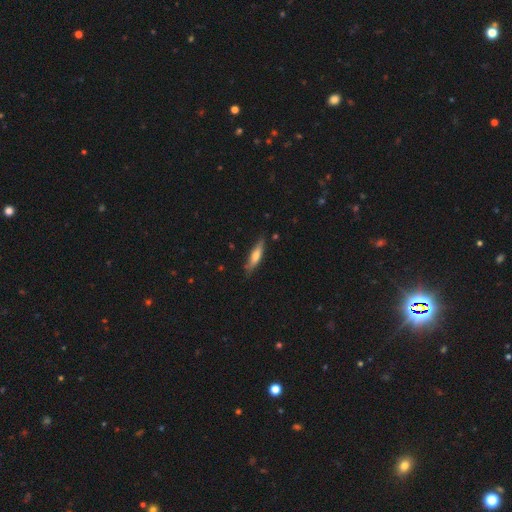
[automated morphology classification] Smooth or featured? smooth (53%)
How rounded? cigar-shaped (78%)
Merging? none (80%)